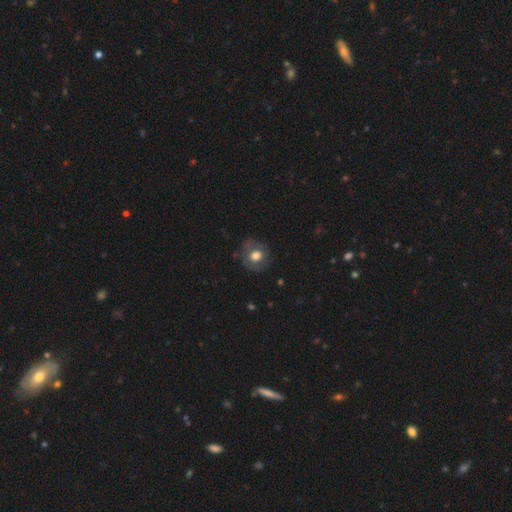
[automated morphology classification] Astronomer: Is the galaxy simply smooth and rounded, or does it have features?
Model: smooth — 66%.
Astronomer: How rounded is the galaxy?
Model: round — 79%.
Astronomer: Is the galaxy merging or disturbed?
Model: none — 73%.